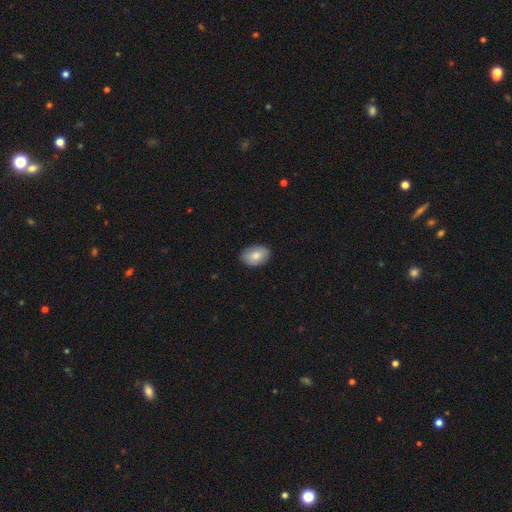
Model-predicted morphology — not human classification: Overall: smooth (81%). How rounded: in between (84%). Merging: none (86%).